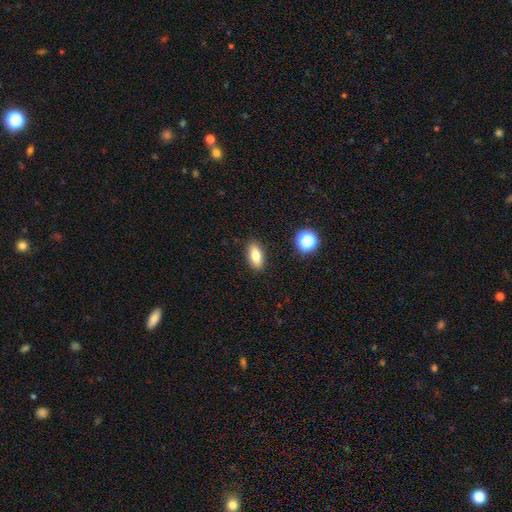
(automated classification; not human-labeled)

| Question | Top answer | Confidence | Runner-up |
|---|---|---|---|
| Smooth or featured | smooth | 77% | featured or disk (14%) |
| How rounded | in between | 80% | cigar-shaped (15%) |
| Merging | none | 89% | minor disturbance (7%) |